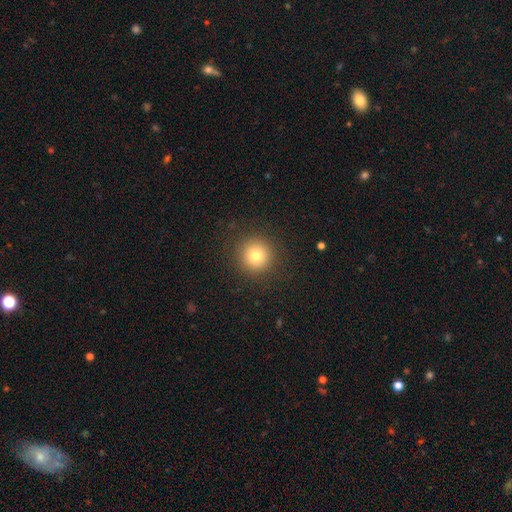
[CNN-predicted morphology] Overall: smooth (79%). How rounded: round (95%). Merging: none (91%).